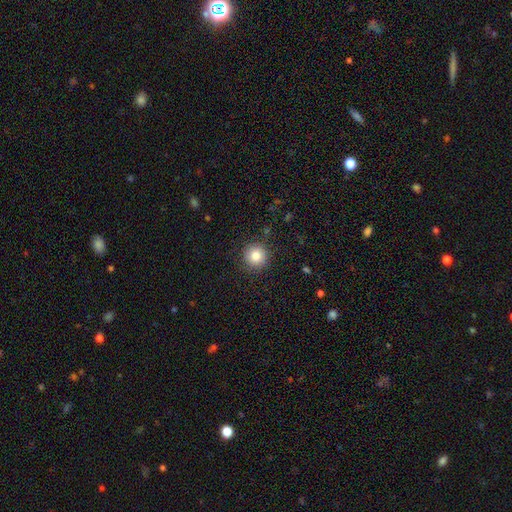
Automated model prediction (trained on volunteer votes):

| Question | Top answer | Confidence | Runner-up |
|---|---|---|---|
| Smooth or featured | smooth | 82% | star or artifact (11%) |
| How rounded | round | 95% | in between (4%) |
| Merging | none | 89% | minor disturbance (7%) |